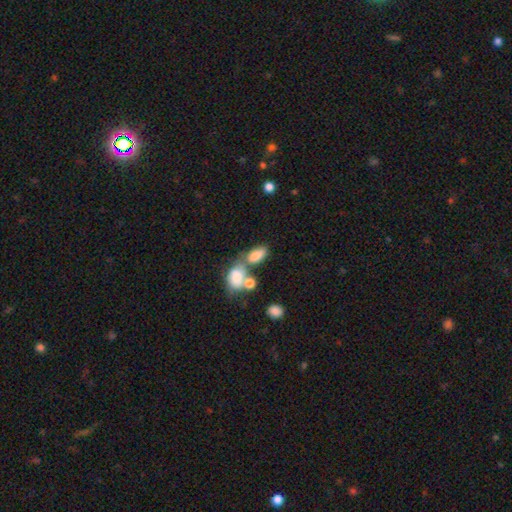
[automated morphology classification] A smooth galaxy with no disk features (79%) that is in between round and cigar-shaped (88%). Merging: merger (46%).